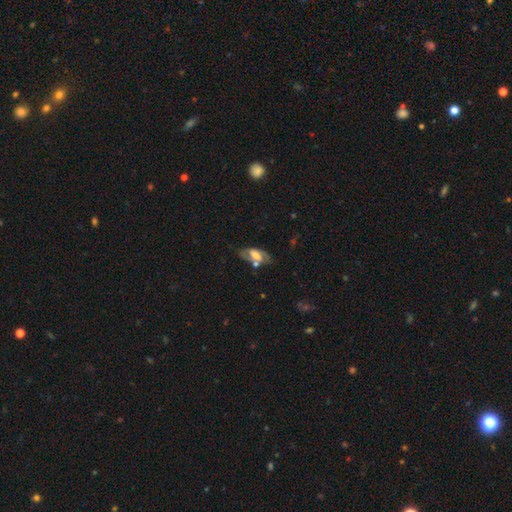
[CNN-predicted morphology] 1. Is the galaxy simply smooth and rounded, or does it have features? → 54% featured or disk, 38% smooth, 8% star or artifact.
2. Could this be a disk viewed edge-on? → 85% no, 15% yes.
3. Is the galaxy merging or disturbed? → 55% none, 22% minor disturbance, 14% merger, 10% major disturbance.